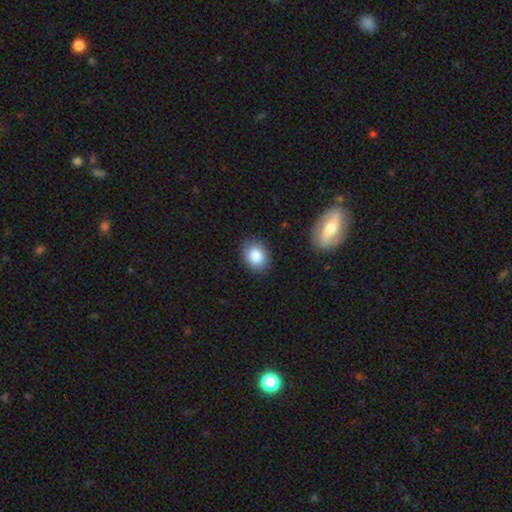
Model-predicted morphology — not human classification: Overall: smooth (85%). How rounded: in between (53%; round 45%). Merging: none (87%).